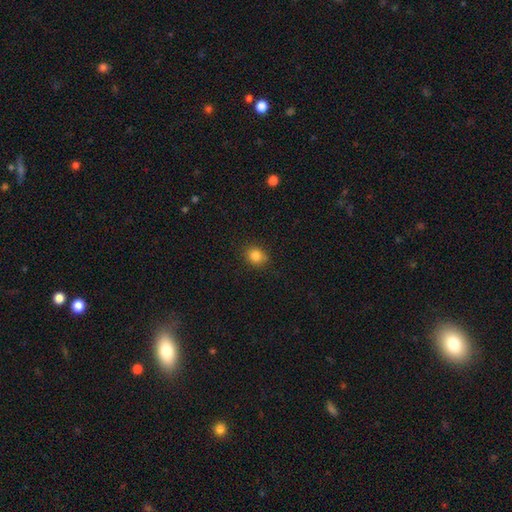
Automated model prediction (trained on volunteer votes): A smooth galaxy with no disk features (83%) that is round (72%).

Vote fractions:
- Smooth or featured? smooth: 83% / star or artifact: 11% / featured or disk: 6%
- How rounded? round: 72% / in between: 27% / cigar-shaped: 1%
- Merging? none: 84% / minor disturbance: 12% / major disturbance: 3% / merger: 2%